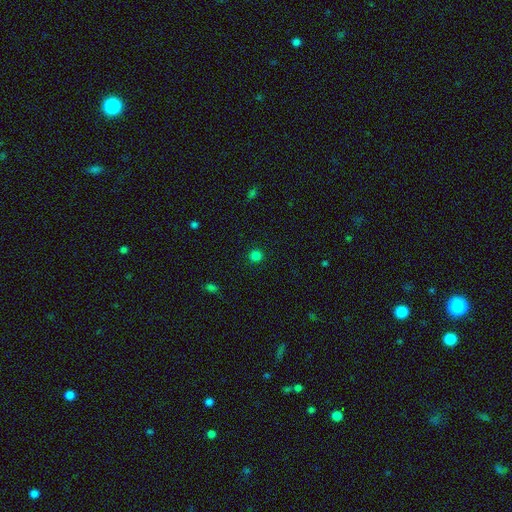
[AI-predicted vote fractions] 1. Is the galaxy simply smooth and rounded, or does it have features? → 80% smooth, 16% star or artifact, 3% featured or disk.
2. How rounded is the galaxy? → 93% round, 6% in between, 1% cigar-shaped.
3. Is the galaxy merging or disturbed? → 92% none, 5% minor disturbance, 2% major disturbance, 1% merger.